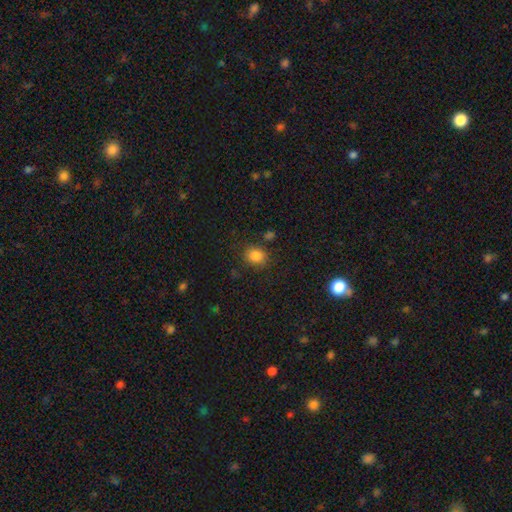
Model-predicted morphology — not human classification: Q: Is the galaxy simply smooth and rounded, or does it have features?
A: smooth — 84%.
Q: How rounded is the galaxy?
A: round — 69%.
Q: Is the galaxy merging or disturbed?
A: none — 79%.